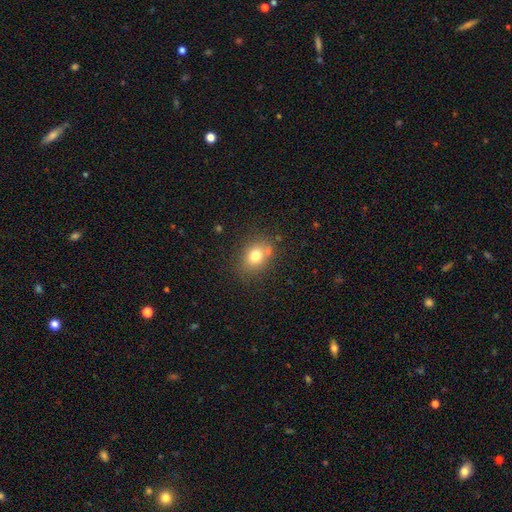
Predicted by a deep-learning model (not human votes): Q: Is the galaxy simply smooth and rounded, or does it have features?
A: smooth — 76%.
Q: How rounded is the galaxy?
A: in between — 55%.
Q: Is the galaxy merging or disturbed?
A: none — 73%.